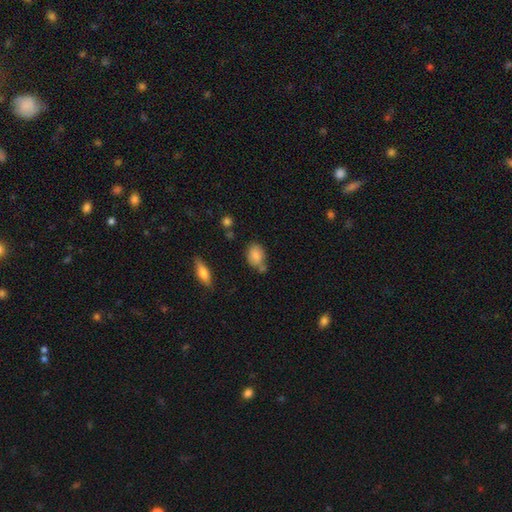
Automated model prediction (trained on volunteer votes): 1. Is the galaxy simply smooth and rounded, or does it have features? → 83% smooth, 9% featured or disk, 8% star or artifact.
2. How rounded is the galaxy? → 78% in between, 21% round, 2% cigar-shaped.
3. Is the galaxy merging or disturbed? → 56% none, 23% minor disturbance, 15% merger, 6% major disturbance.